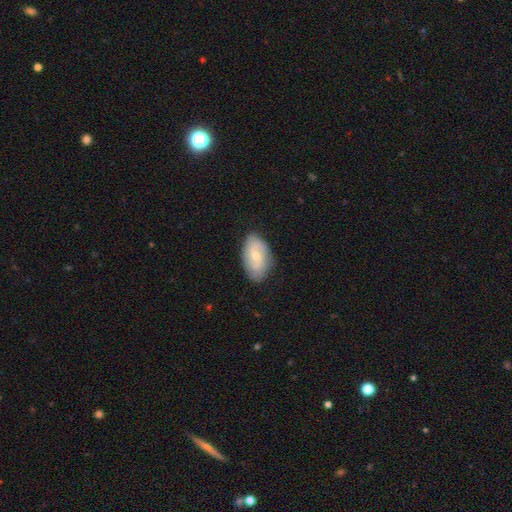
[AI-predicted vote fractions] Smooth or featured? Predicted: featured or disk (p=0.57). Edge-on disk? Predicted: no (p=0.95). Bar? Predicted: no (p=0.51). Spiral arms? Predicted: yes (p=0.84). Bulge size? Predicted: small (p=0.52). Merging? Predicted: none (p=0.79).